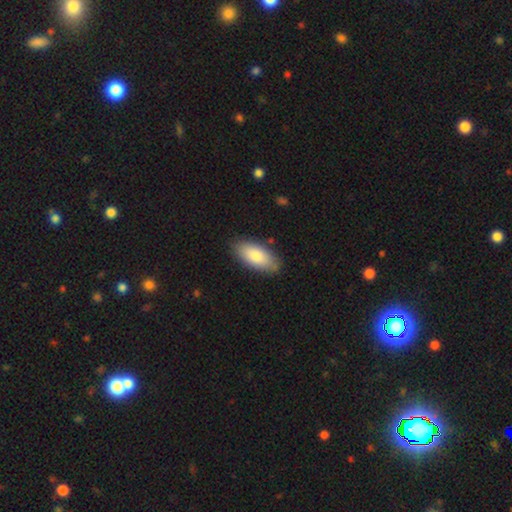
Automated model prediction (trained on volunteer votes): smooth-or-featured: smooth: 81% | featured or disk: 13% | star or artifact: 6%
  how-rounded: in between: 89% | cigar-shaped: 9% | round: 2%
  merging: none: 83% | minor disturbance: 12% | major disturbance: 3% | merger: 2%